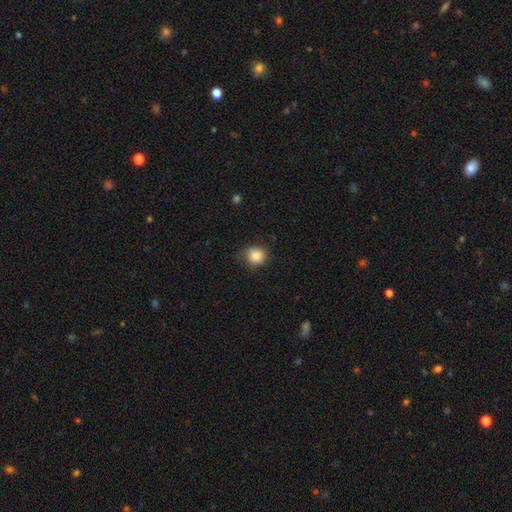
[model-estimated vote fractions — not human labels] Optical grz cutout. It shows a smooth galaxy with no disk features (85%) that is round (85%). Merging: none (73%).